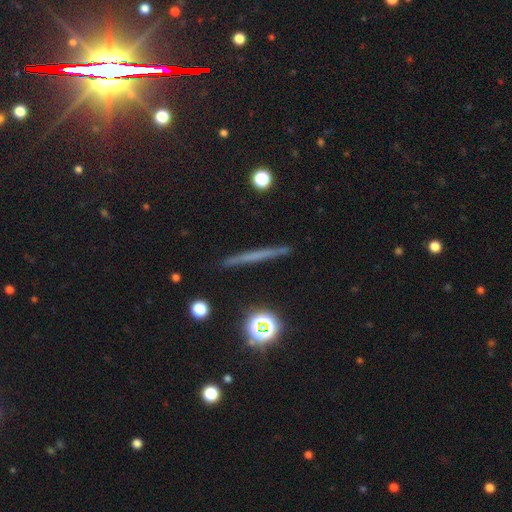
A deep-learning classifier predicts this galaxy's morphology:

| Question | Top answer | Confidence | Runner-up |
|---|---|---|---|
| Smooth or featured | featured or disk | 43% | smooth (41%) |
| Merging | none | 90% | minor disturbance (7%) |